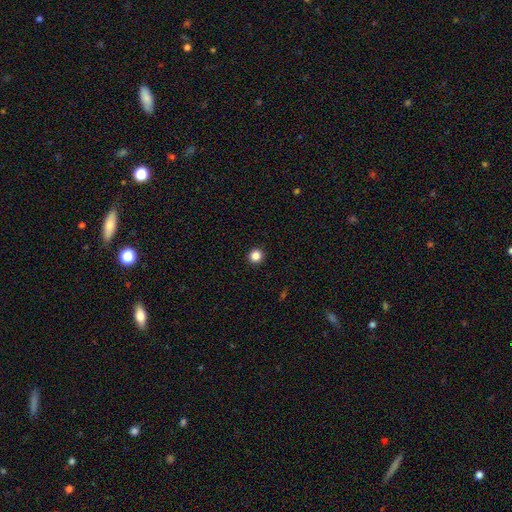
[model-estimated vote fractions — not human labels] Smooth or featured? Predicted: smooth (p=0.85). How rounded? Predicted: round (p=0.95). Merging? Predicted: none (p=0.94).